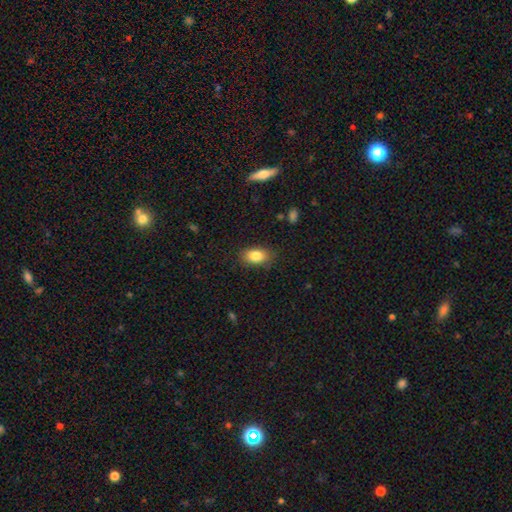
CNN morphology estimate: A smooth galaxy with no disk features (84%) that is in between round and cigar-shaped (88%). Merging: none (82%).